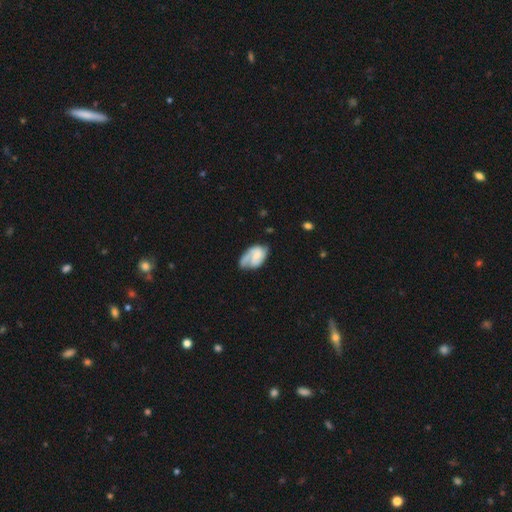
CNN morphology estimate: smooth-or-featured: featured or disk: 62% | smooth: 31% | star or artifact: 7%
  disk-edge-on: no: 97% | yes: 3%
    bar: no: 46% | weak: 40% | strong: 14%
    has-spiral-arms: yes: 86% | no: 14%
      spiral-winding: medium: 41% | tight: 36% | loose: 23%
      spiral-arm-count: 2: 50% | 1: 26% | can't tell: 15% | 3: 6% | 4: 1% | more than 4: 1%
    bulge-size: small: 38% | none: 31% | moderate: 24% | large: 5% | dominant: 2%
  merging: none: 44% | minor disturbance: 30% | major disturbance: 21% | merger: 4%